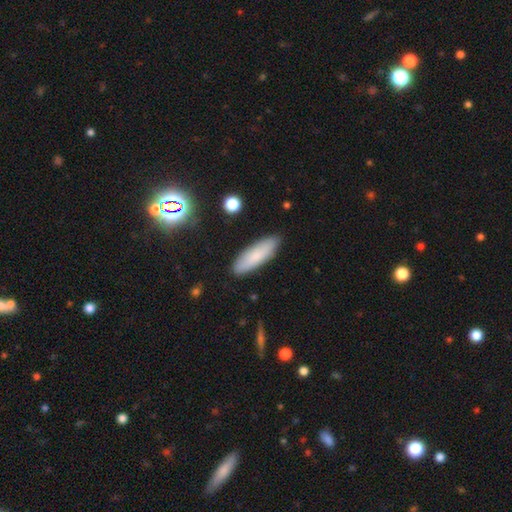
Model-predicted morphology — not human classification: smooth 79%, featured or disk 13%, star or artifact 8%. Down the decision tree: how rounded — cigar-shaped (52%); merging — none (88%).